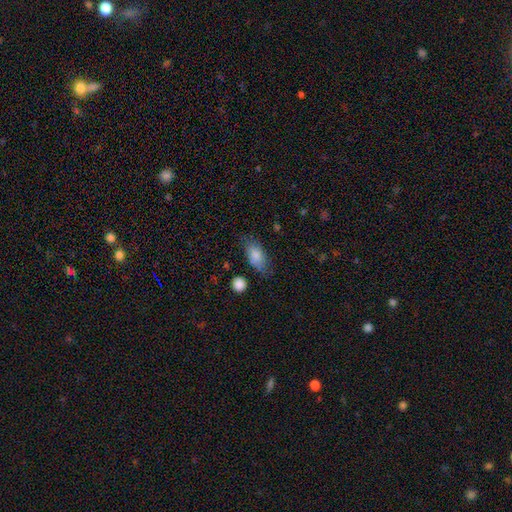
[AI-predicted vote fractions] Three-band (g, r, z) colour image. It shows a smooth galaxy with no disk features (80%) that is in between round and cigar-shaped (87%). Merging: none (64%).